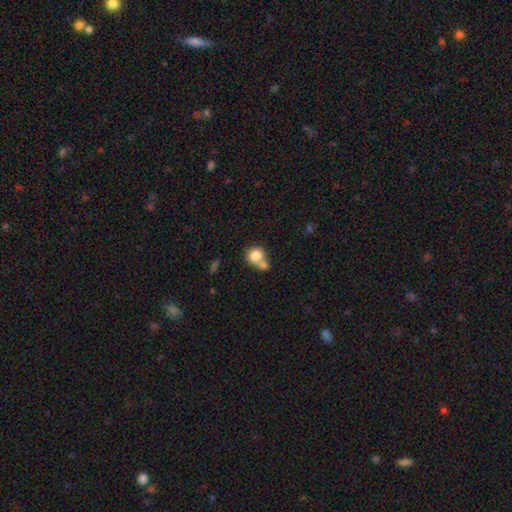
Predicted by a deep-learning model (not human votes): A smooth galaxy with no disk features (81%) that is round (83%). Merging: merger (50%).